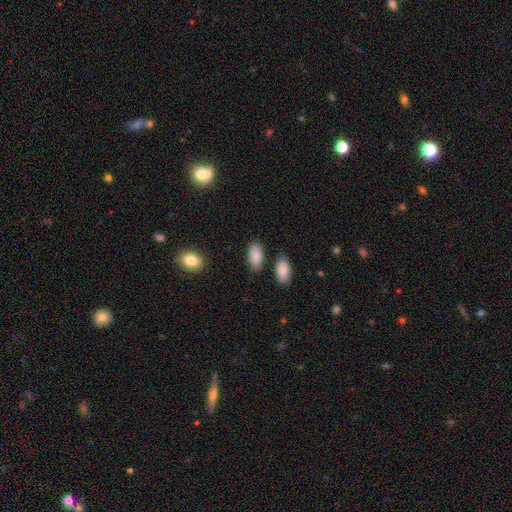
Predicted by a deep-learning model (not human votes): smooth-or-featured: smooth: 88% | star or artifact: 7% | featured or disk: 5%
  how-rounded: in between: 94% | round: 3% | cigar-shaped: 3%
  merging: none: 78% | minor disturbance: 13% | merger: 6% | major disturbance: 3%